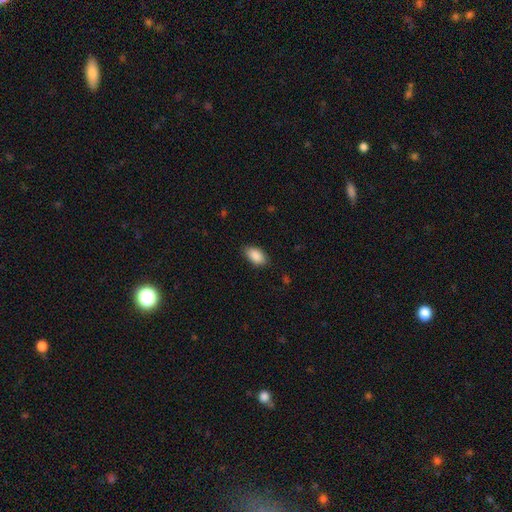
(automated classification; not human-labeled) Overall: smooth (89%). How rounded: in between (93%). Merging: none (84%).